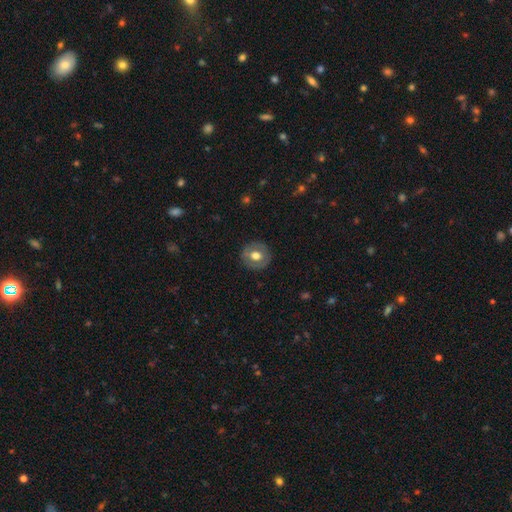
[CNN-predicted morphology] This appears to be a smooth galaxy with no disk features (54%) that is round (86%). Merging: none (86%).